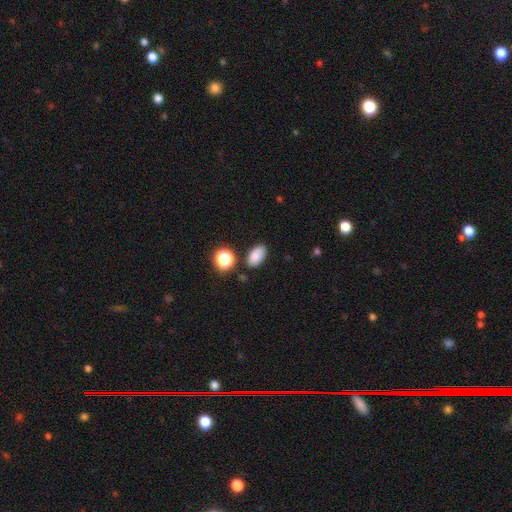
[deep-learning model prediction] The model was most divided on "merging": none: 82%, minor disturbance: 11%, merger: 4%, major disturbance: 3%. More confident: how rounded — in between (90%); smooth or featured — smooth (82%).